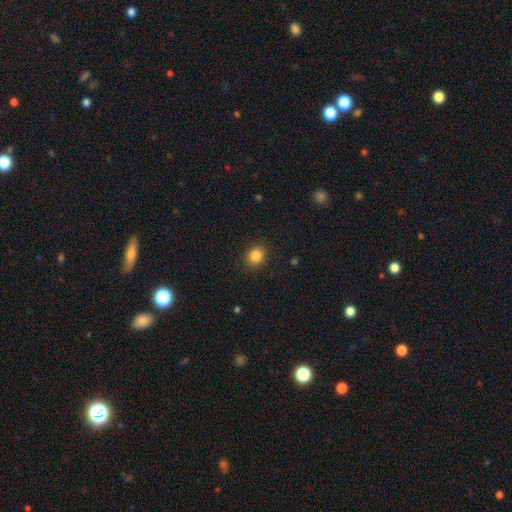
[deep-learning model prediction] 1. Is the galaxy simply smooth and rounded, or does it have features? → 85% smooth, 11% star or artifact, 4% featured or disk.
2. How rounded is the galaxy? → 76% round, 24% in between, 1% cigar-shaped.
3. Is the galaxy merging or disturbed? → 90% none, 7% minor disturbance, 2% major disturbance, 1% merger.